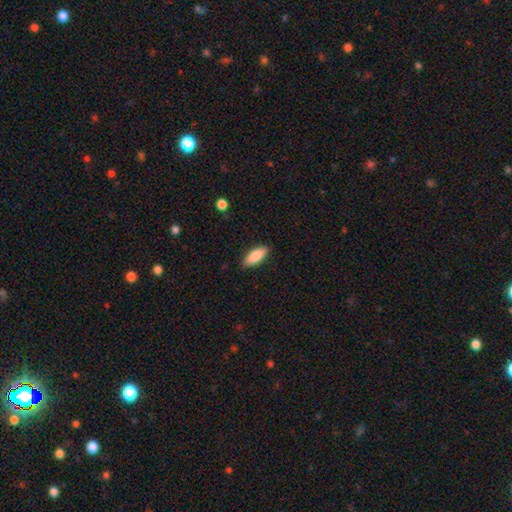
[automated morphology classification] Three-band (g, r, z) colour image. It shows a smooth galaxy with no disk features (85%) that is in between round and cigar-shaped (74%). Merging: none (87%).